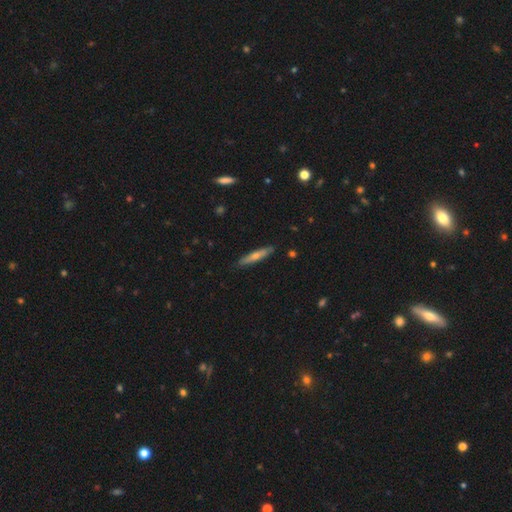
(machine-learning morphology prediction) smooth_or_featured: featured or disk (p=0.48) [alt: smooth p=0.45]
merging: none (p=0.89) [alt: minor disturbance p=0.08]